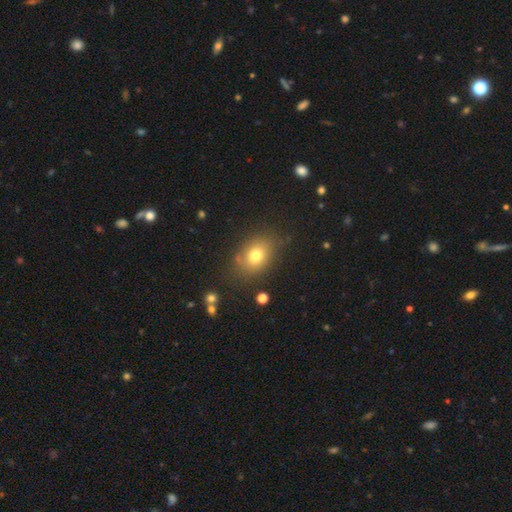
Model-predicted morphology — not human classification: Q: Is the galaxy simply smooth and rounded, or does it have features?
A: smooth — 74%.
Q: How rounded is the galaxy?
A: in between — 59%.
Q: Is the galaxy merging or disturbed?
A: none — 77%.